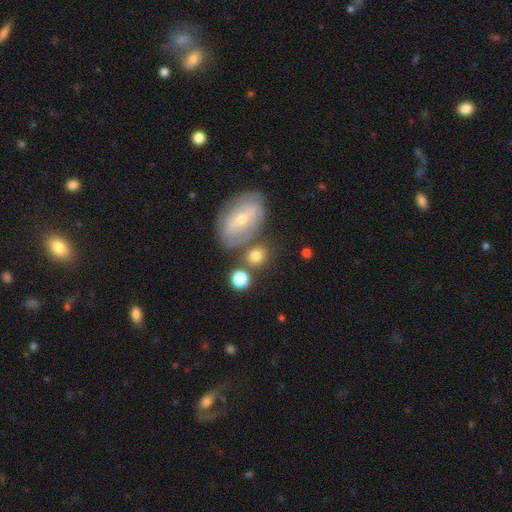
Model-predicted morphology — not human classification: This is likely a smooth galaxy (73%). How rounded: likely round (70%). Merging: likely none (63%).